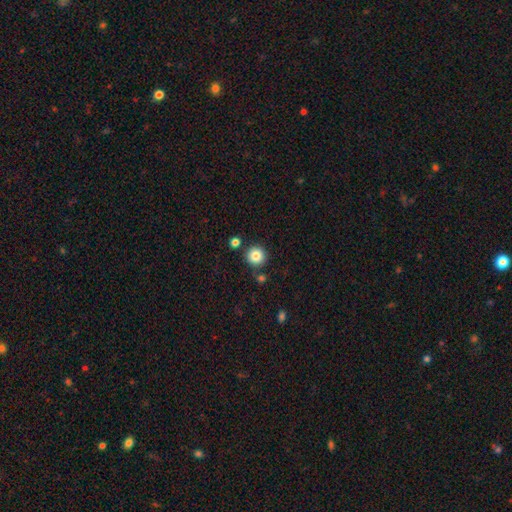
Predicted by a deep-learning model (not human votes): smooth_or_featured: smooth (p=0.84) [alt: star or artifact p=0.10]
how_rounded: round (p=0.94) [alt: in between p=0.05]
merging: none (p=0.84) [alt: minor disturbance p=0.07]